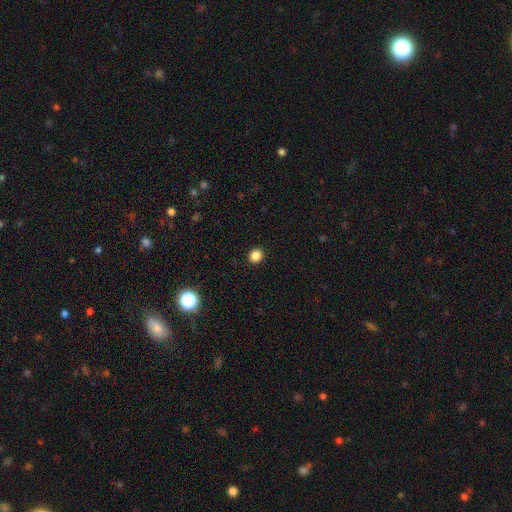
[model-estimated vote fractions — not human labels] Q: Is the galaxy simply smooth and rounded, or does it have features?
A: smooth — 85%.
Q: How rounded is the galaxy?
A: round — 86%.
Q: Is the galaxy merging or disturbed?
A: none — 93%.